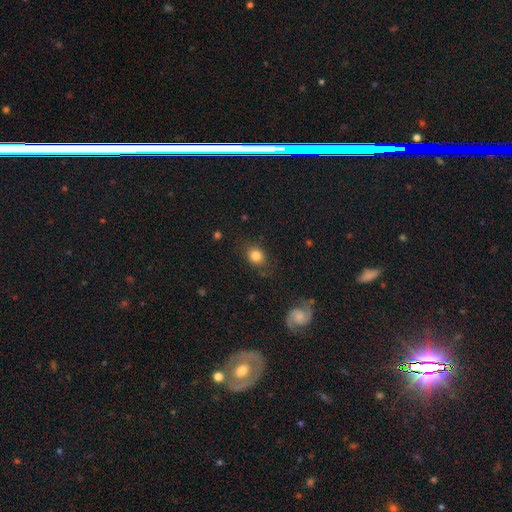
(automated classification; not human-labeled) smooth_or_featured: smooth (p=0.82) [alt: star or artifact p=0.11]
how_rounded: round (p=0.62) [alt: in between p=0.37]
merging: none (p=0.79) [alt: minor disturbance p=0.14]